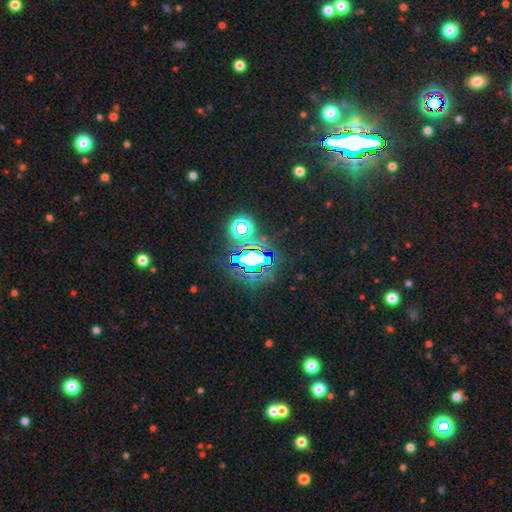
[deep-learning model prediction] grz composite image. It shows a star or artifact, not a galaxy (78%).